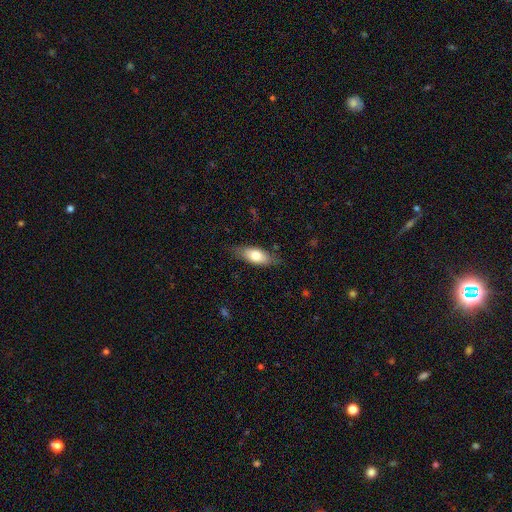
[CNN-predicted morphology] The model was most divided on "smooth or featured": smooth: 72%, featured or disk: 22%, star or artifact: 6%. More confident: merging — none (78%); how rounded — in between (78%).